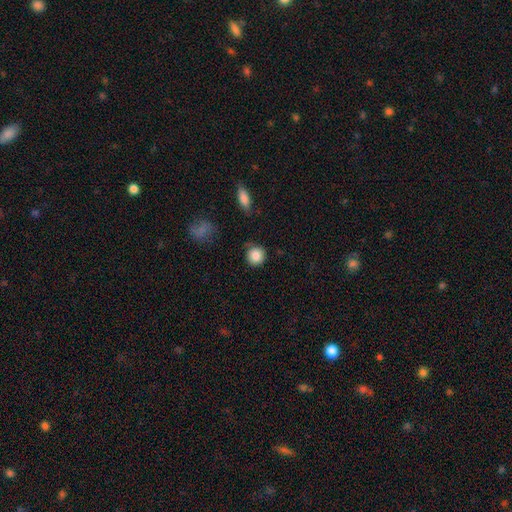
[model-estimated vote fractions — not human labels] Smooth or featured? Predicted: smooth (p=0.86). How rounded? Predicted: round (p=0.91). Merging? Predicted: none (p=0.81).